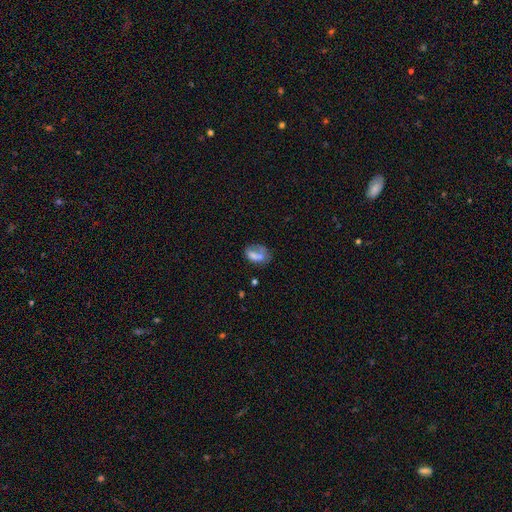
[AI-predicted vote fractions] Smooth or featured?
  - smooth: 61% *
  - featured or disk: 28%
  - star or artifact: 11%
How rounded?
  - in between: 78% *
  - round: 19%
  - cigar-shaped: 3%
Merging?
  - none: 30% *
  - merger: 26%
  - major disturbance: 23%
  - minor disturbance: 21%